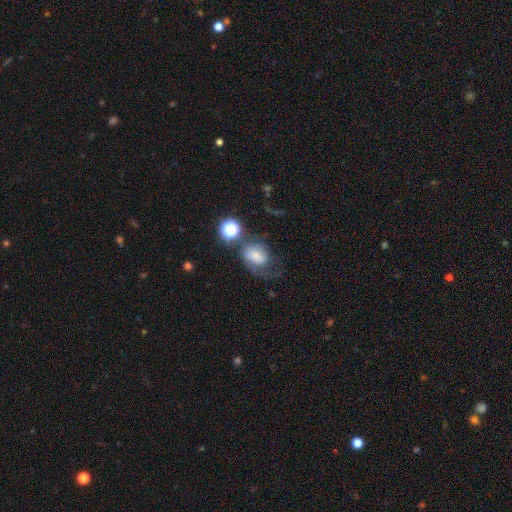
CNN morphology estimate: A smooth galaxy with no disk features (54%) that is in between round and cigar-shaped (54%). Merging: major disturbance (36%).